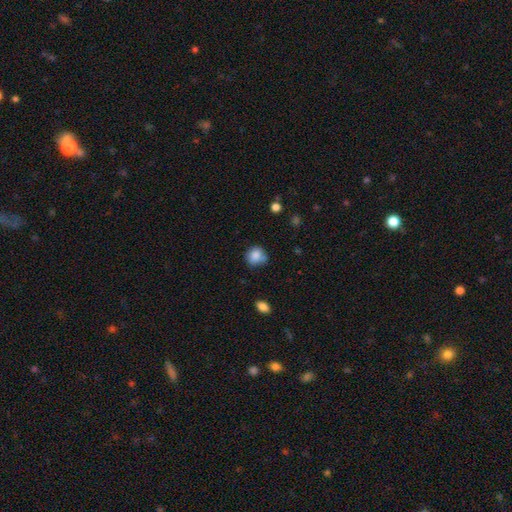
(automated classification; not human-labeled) Q: Smooth or featured?
A: smooth (84%); runner-up: star or artifact (9%)
Q: How rounded?
A: round (82%); runner-up: in between (17%)
Q: Merging?
A: none (66%); runner-up: minor disturbance (22%)